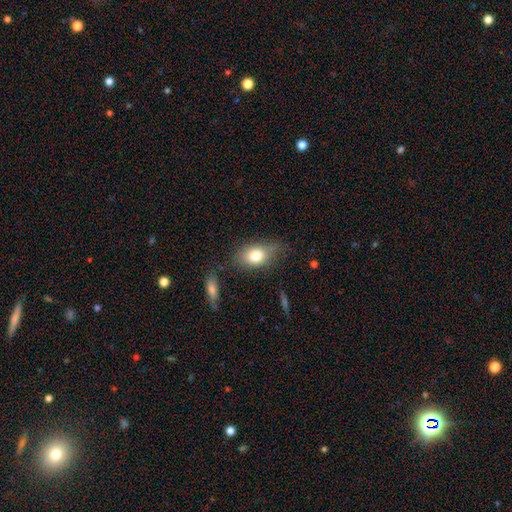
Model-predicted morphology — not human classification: A smooth galaxy with no disk features (77%) that is in between round and cigar-shaped (78%).

Vote fractions:
- Smooth or featured? smooth: 77% / featured or disk: 14% / star or artifact: 9%
- How rounded? in between: 78% / round: 19% / cigar-shaped: 2%
- Merging? none: 62% / minor disturbance: 25% / major disturbance: 8% / merger: 5%